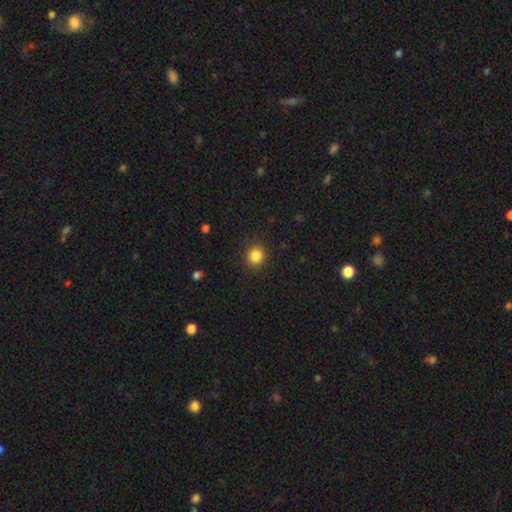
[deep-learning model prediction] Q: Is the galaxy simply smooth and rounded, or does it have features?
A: smooth — 85%.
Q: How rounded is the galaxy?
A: round — 86%.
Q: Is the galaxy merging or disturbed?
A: none — 90%.